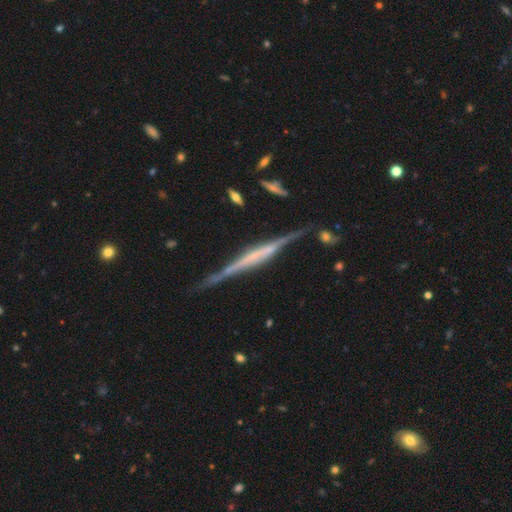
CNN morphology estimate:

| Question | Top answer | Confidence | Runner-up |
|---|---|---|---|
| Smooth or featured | featured or disk | 82% | smooth (13%) |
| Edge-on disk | yes | 97% | no (3%) |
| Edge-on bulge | none | 37% | boxy (36%) |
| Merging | none | 80% | minor disturbance (14%) |